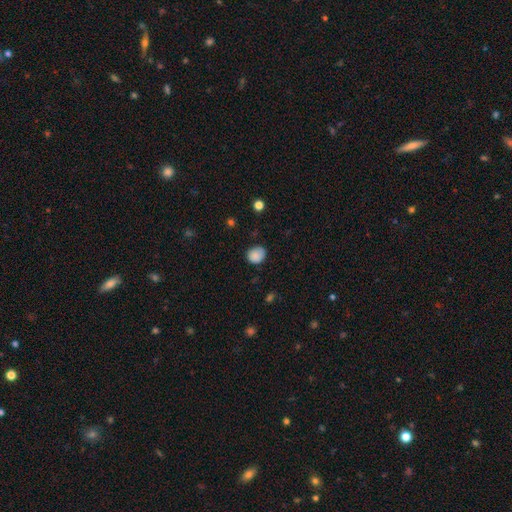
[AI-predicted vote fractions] Q: Smooth or featured?
A: smooth (86%); runner-up: star or artifact (9%)
Q: How rounded?
A: round (68%); runner-up: in between (31%)
Q: Merging?
A: none (72%); runner-up: minor disturbance (22%)